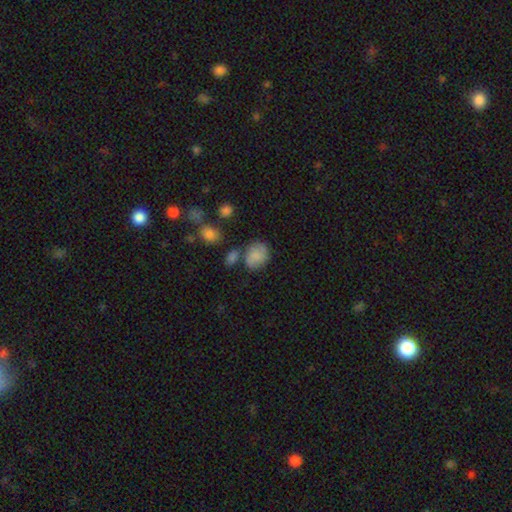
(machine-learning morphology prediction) This appears to be a smooth galaxy with no disk features (76%) that is in between round and cigar-shaped (53%). Merging: none (59%).